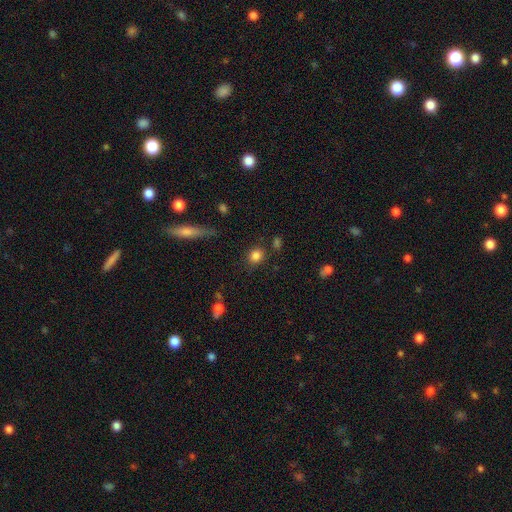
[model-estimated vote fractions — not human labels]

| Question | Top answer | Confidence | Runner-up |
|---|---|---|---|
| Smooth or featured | smooth | 84% | star or artifact (10%) |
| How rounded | round | 70% | in between (28%) |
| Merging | none | 82% | minor disturbance (11%) |